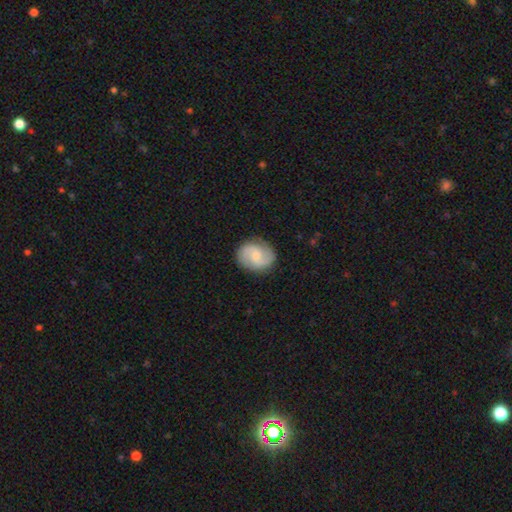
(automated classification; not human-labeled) Smooth or featured? Predicted: featured or disk (p=0.75). Edge-on disk? Predicted: no (p=0.98). Bar? Predicted: no (p=0.51). Spiral arms? Predicted: yes (p=0.96). Spiral winding? Predicted: medium (p=0.51). Spiral arm count? Predicted: 2 (p=0.92). Bulge size? Predicted: small (p=0.54). Merging? Predicted: none (p=0.85).